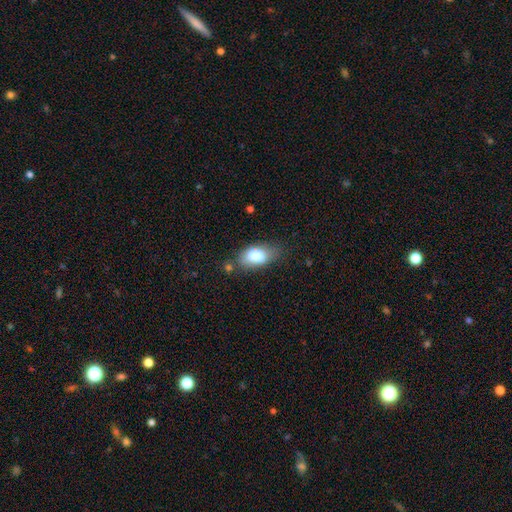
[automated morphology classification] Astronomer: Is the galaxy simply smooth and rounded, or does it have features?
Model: smooth — 79%.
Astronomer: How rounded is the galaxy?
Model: in between — 90%.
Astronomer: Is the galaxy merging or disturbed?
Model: none — 64%.